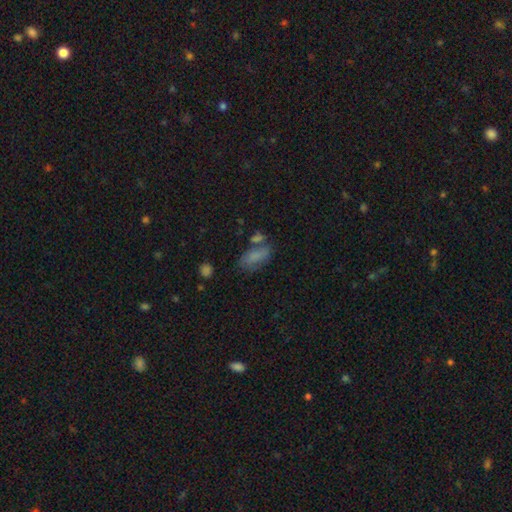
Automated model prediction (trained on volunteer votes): This is likely a smooth galaxy (76%). How rounded: clearly in between (87%). Merging: possibly none (49%).